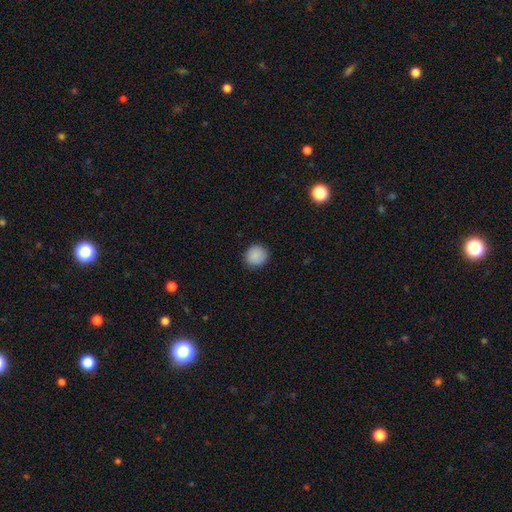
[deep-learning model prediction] smooth 88%, star or artifact 8%, featured or disk 3%. Down the decision tree: how rounded — round (91%); merging — none (90%).